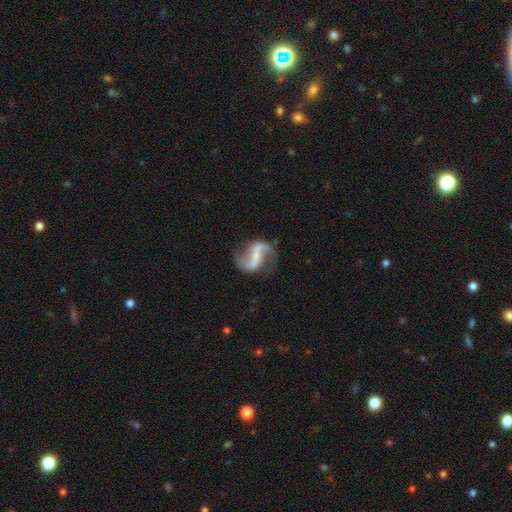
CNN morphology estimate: Q: Smooth or featured?
A: featured or disk (88%); runner-up: smooth (7%)
Q: Edge-on disk?
A: no (98%); runner-up: yes (2%)
Q: Bar?
A: strong (49%); runner-up: weak (34%)
Q: Spiral arms?
A: yes (95%); runner-up: no (5%)
Q: Spiral winding?
A: loose (66%); runner-up: medium (28%)
Q: Spiral arm count?
A: 2 (92%); runner-up: 1 (3%)
Q: Bulge size?
A: none (46%); runner-up: small (36%)
Q: Merging?
A: none (74%); runner-up: minor disturbance (15%)